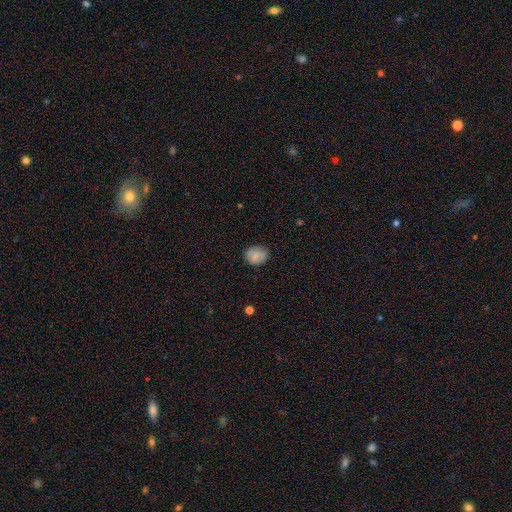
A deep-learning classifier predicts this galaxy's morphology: Smooth or featured? Predicted: smooth (p=0.78). How rounded? Predicted: round (p=0.52). Merging? Predicted: none (p=0.79).